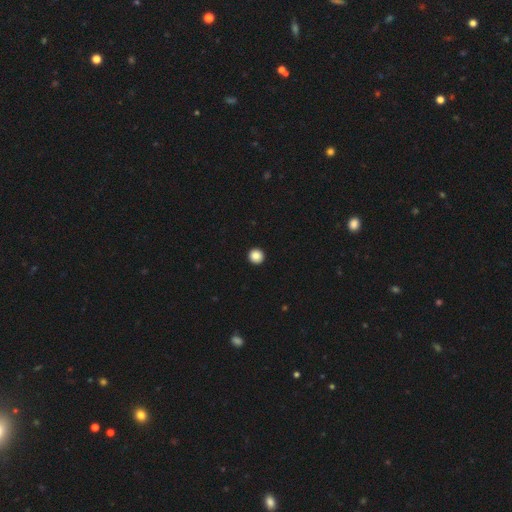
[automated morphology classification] Q: Smooth or featured?
A: smooth (86%); runner-up: star or artifact (10%)
Q: How rounded?
A: round (96%); runner-up: in between (3%)
Q: Merging?
A: none (95%); runner-up: minor disturbance (3%)